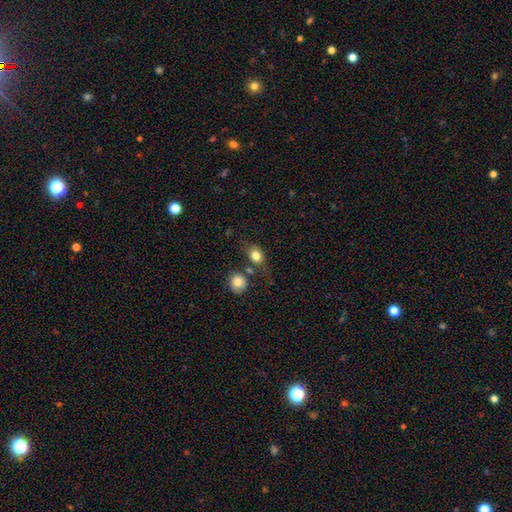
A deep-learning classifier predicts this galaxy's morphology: type=smooth (81%); roundness=in between (64%); merging=none (58%).